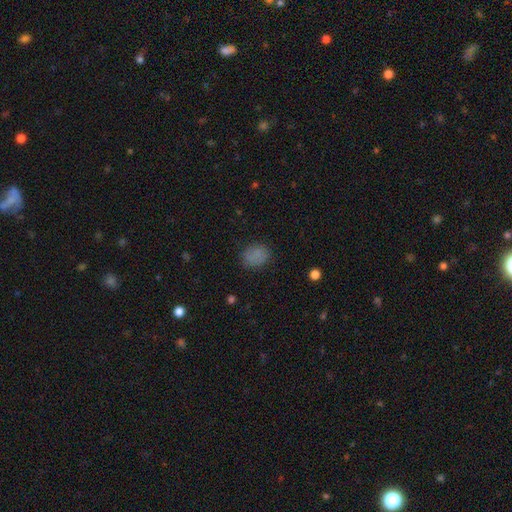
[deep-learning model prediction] The model was most divided on "how rounded": in between: 55%, round: 44%, cigar-shaped: 1%. More confident: smooth or featured — smooth (80%); merging — none (80%).